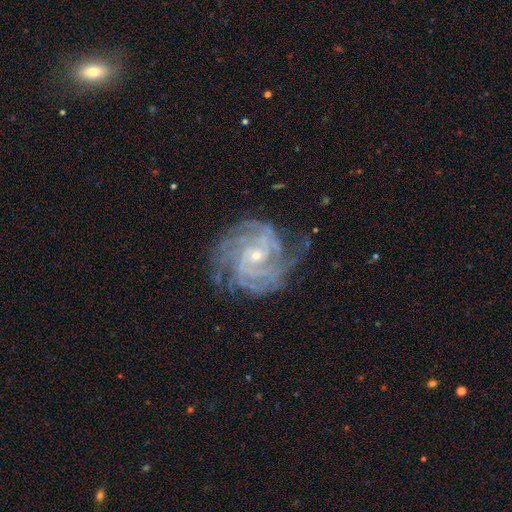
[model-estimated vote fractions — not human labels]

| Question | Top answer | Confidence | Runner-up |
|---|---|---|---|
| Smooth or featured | featured or disk | 90% | star or artifact (6%) |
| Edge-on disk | no | 98% | yes (2%) |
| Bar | no | 55% | weak (33%) |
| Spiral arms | yes | 98% | no (2%) |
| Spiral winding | tight | 71% | medium (25%) |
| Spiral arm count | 4 | 27% | can't tell (20%) |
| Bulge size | small | 73% | moderate (24%) |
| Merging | none | 73% | minor disturbance (18%) |